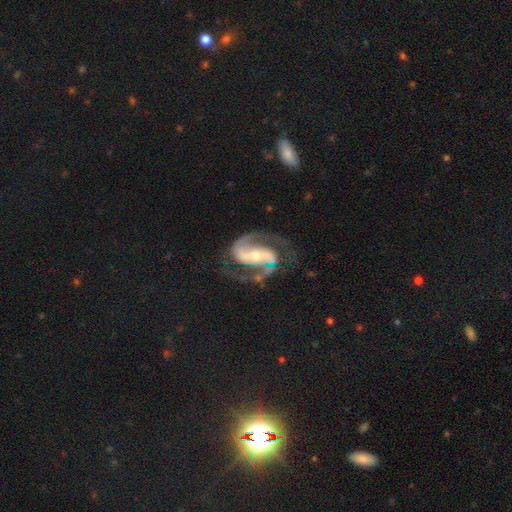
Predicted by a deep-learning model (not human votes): Smooth or featured? Predicted: featured or disk (p=0.92). Edge-on disk? Predicted: no (p=0.98). Bar? Predicted: strong (p=0.45). Spiral arms? Predicted: yes (p=0.98). Spiral winding? Predicted: medium (p=0.61). Spiral arm count? Predicted: 2 (p=0.93). Bulge size? Predicted: moderate (p=0.48). Merging? Predicted: none (p=0.73).